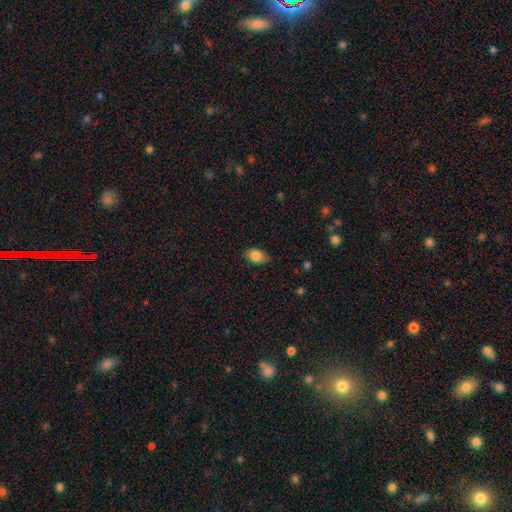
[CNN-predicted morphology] This is clearly a smooth galaxy (85%). How rounded: clearly in between (84%). Merging: clearly none (81%).